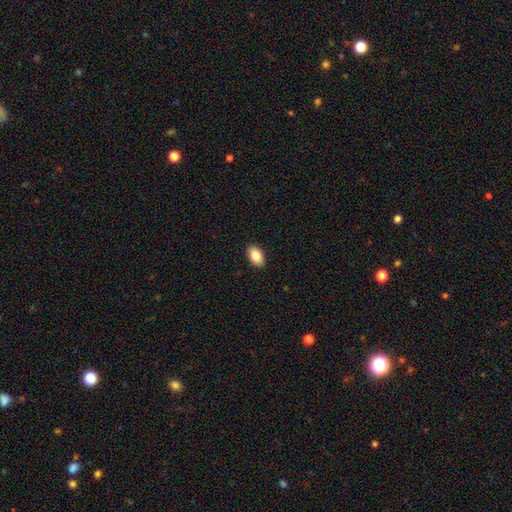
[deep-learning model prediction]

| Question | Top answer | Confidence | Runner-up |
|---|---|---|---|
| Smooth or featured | smooth | 84% | featured or disk (9%) |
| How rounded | in between | 92% | round (6%) |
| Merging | none | 90% | minor disturbance (8%) |